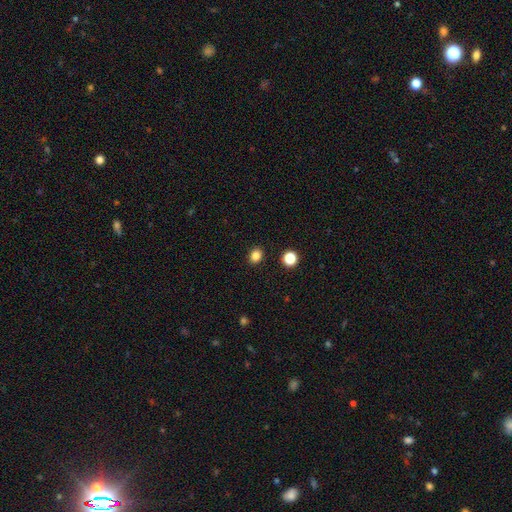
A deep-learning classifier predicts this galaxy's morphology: smooth_or_featured: smooth (p=0.84) [alt: star or artifact p=0.12]
how_rounded: round (p=0.54) [alt: in between p=0.45]
merging: none (p=0.90) [alt: minor disturbance p=0.06]